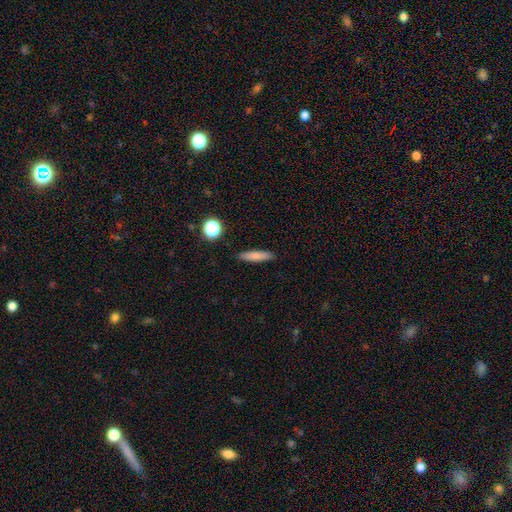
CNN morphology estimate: Smooth or featured? Predicted: smooth (p=0.76). How rounded? Predicted: cigar-shaped (p=0.83). Merging? Predicted: none (p=0.89).